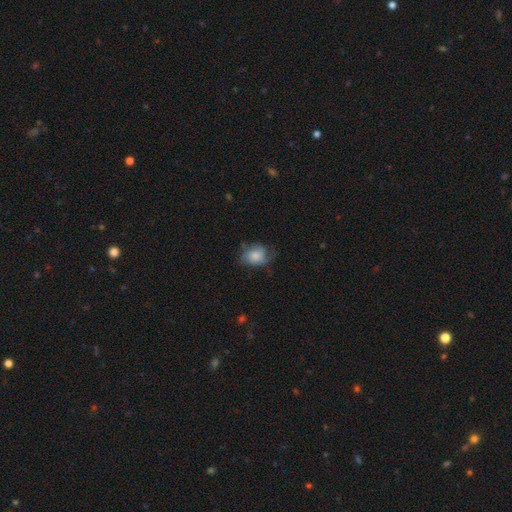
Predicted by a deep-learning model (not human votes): The model was most divided on "merging": none: 52%, minor disturbance: 32%, major disturbance: 15%, merger: 1%. More confident: smooth or featured — smooth (70%); how rounded — in between (60%).